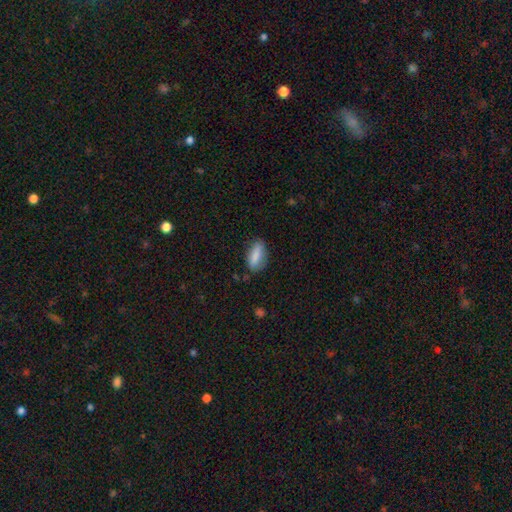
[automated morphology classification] smooth-or-featured: smooth: 83% | featured or disk: 9% | star or artifact: 7%
  how-rounded: in between: 78% | cigar-shaped: 19% | round: 3%
  merging: none: 74% | minor disturbance: 20% | major disturbance: 5% | merger: 2%